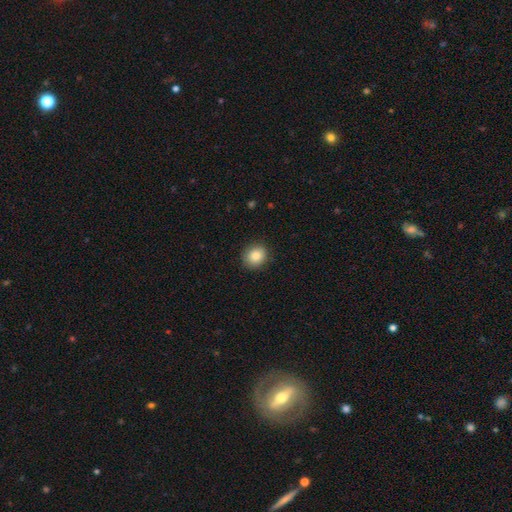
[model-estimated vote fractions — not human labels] Smooth or featured: smooth — 85% (star or artifact — 9%)
How rounded: round — 74% (in between — 25%)
Merging: none — 88% (minor disturbance — 9%)